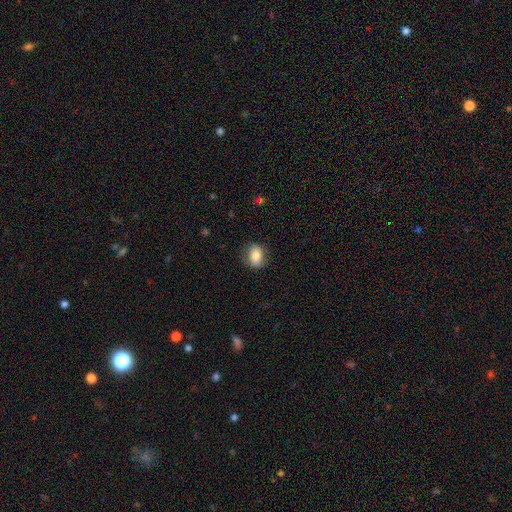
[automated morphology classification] This appears to be a smooth galaxy with no disk features (79%) that is in between round and cigar-shaped (68%). Merging: none (82%).